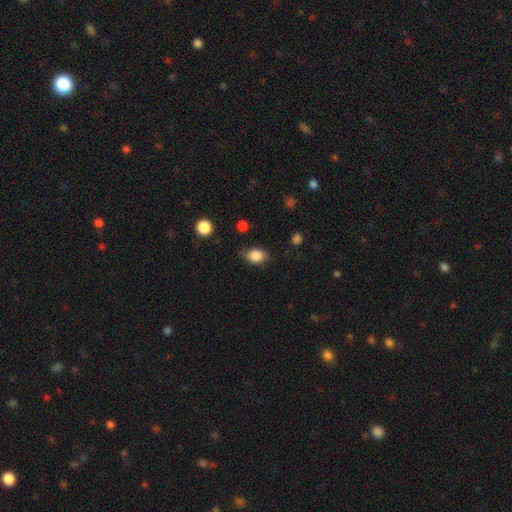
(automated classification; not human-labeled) smooth_or_featured: smooth (p=0.86) [alt: star or artifact p=0.08]
how_rounded: in between (p=0.76) [alt: round p=0.22]
merging: none (p=0.73) [alt: minor disturbance p=0.21]